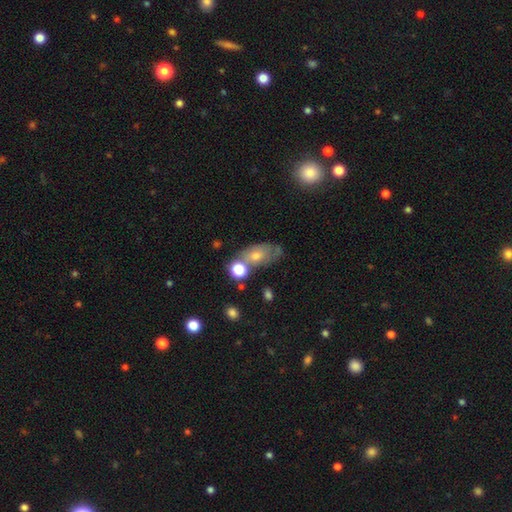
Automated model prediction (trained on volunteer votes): smooth-or-featured: smooth: 53% | featured or disk: 33% | star or artifact: 15%
  how-rounded: in between: 78% | round: 17% | cigar-shaped: 6%
  merging: none: 49% | minor disturbance: 21% | merger: 19% | major disturbance: 11%